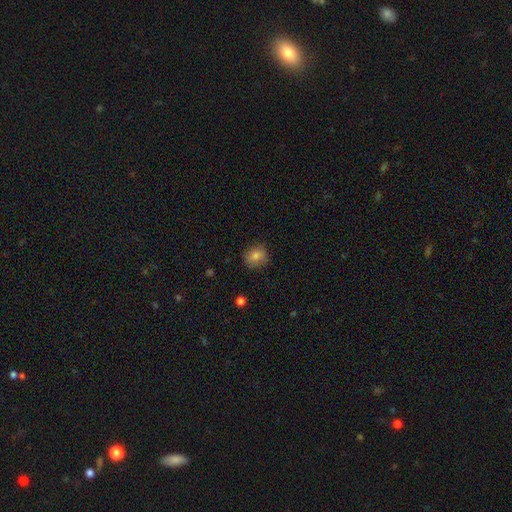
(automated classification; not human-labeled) Smooth or featured?
  - smooth: 80% *
  - featured or disk: 10%
  - star or artifact: 10%
How rounded?
  - round: 74% *
  - in between: 25%
  - cigar-shaped: 1%
Merging?
  - none: 79% *
  - minor disturbance: 16%
  - major disturbance: 3%
  - merger: 1%